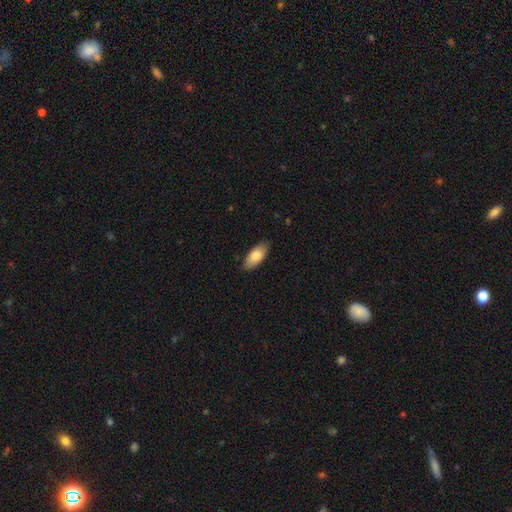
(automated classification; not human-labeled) A smooth galaxy with no disk features (81%) that is in between round and cigar-shaped (87%). Merging: none (86%).